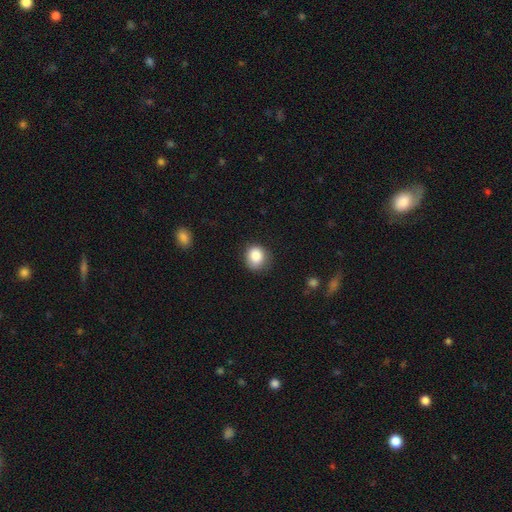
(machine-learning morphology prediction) type=smooth (86%); roundness=round (72%); merging=none (73%).